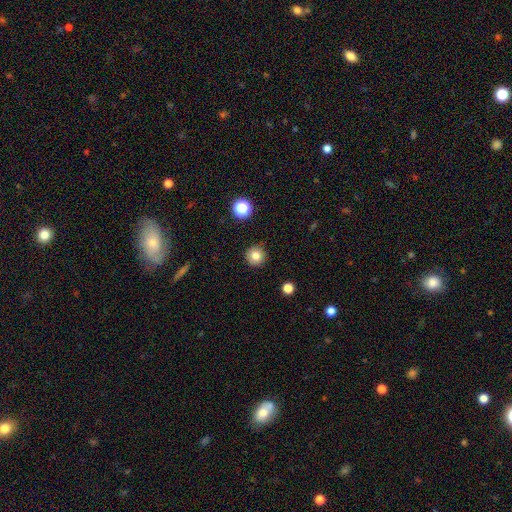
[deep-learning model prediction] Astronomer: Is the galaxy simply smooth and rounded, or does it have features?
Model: smooth — 81%.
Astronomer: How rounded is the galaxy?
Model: round — 95%.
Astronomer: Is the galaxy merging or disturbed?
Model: none — 90%.